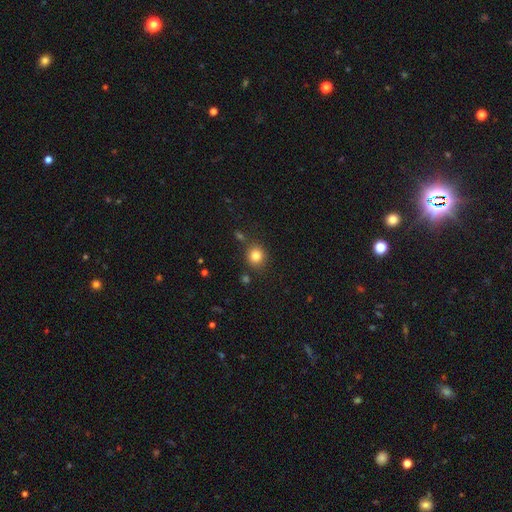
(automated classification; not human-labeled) Smooth or featured: smooth — 82% (star or artifact — 12%)
How rounded: round — 86% (in between — 13%)
Merging: none — 83% (minor disturbance — 9%)